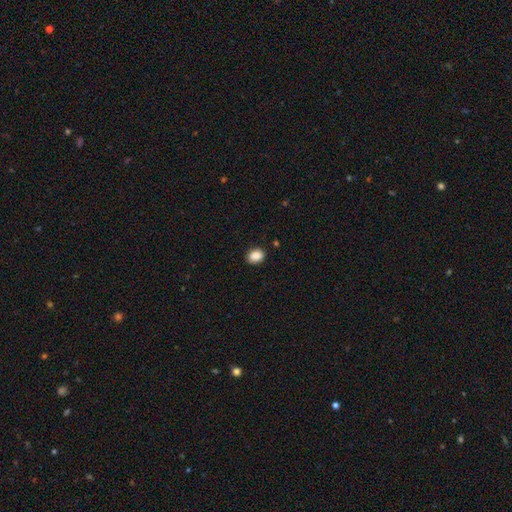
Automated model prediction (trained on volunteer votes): Smooth or featured? smooth (89%)
How rounded? in between (67%)
Merging? none (87%)